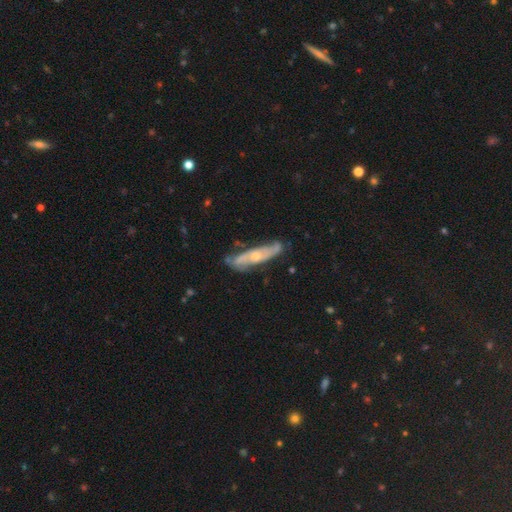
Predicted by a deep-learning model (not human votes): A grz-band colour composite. It shows a featured or disk galaxy (72%). Merging: none (70%).